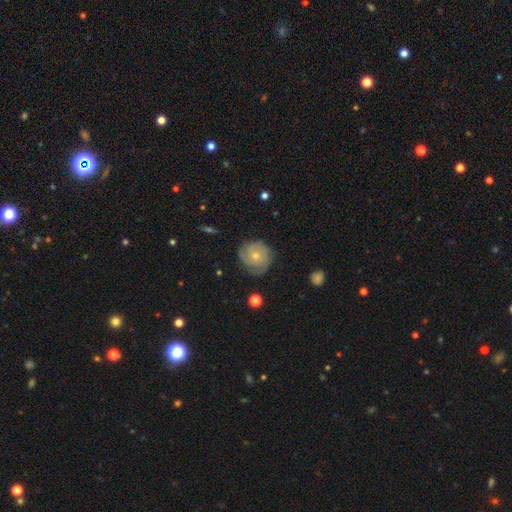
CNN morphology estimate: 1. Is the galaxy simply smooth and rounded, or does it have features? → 53% featured or disk, 40% smooth, 8% star or artifact.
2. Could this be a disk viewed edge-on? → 97% no, 3% yes.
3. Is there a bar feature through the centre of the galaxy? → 82% no, 16% weak, 2% strong.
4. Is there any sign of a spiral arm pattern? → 82% yes, 18% no.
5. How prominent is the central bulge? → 56% small, 40% moderate, 2% none, 2% large, 1% dominant.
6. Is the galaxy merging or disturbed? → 73% none, 20% minor disturbance, 6% major disturbance, 1% merger.